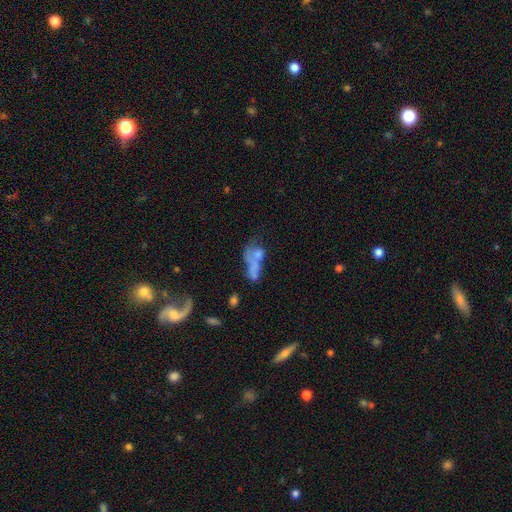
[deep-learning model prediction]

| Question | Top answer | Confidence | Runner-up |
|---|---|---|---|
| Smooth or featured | featured or disk | 46% | smooth (37%) |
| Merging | merger | 37% | none (27%) |